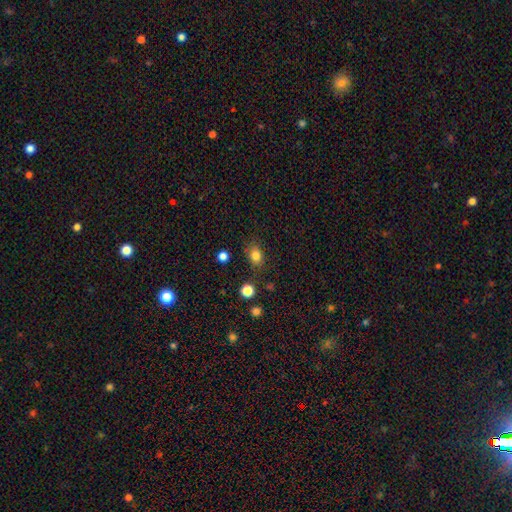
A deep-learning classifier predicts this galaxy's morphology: smooth-or-featured: smooth: 82% | star or artifact: 12% | featured or disk: 6%
  how-rounded: in between: 51% | round: 47% | cigar-shaped: 1%
  merging: none: 79% | minor disturbance: 14% | major disturbance: 4% | merger: 3%